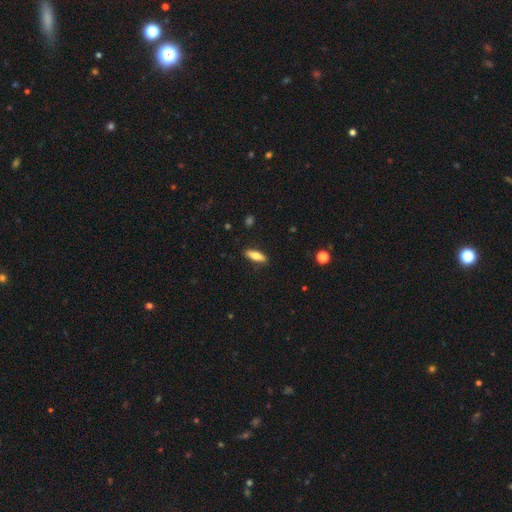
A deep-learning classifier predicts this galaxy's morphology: smooth 71%, featured or disk 23%, star or artifact 6%. Down the decision tree: how rounded — in between (53%); merging — none (88%).